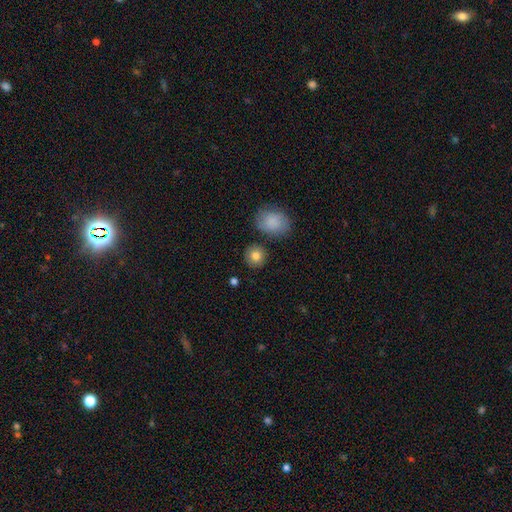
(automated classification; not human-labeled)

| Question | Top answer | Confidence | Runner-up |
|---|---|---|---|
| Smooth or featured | smooth | 83% | star or artifact (9%) |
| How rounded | round | 88% | in between (11%) |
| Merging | none | 84% | minor disturbance (8%) |